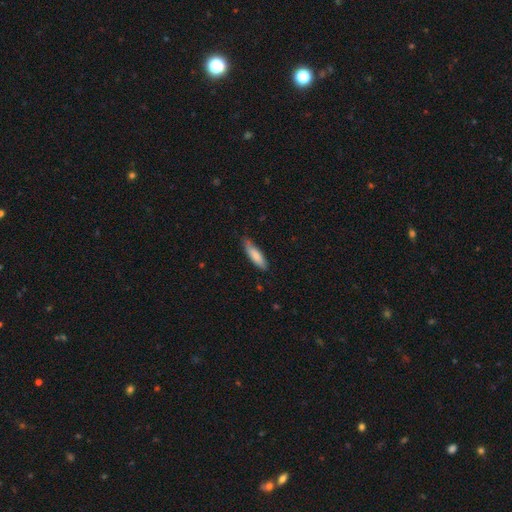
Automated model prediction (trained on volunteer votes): This is clearly a smooth galaxy (81%). How rounded: likely cigar-shaped (64%). Merging: likely none (74%).